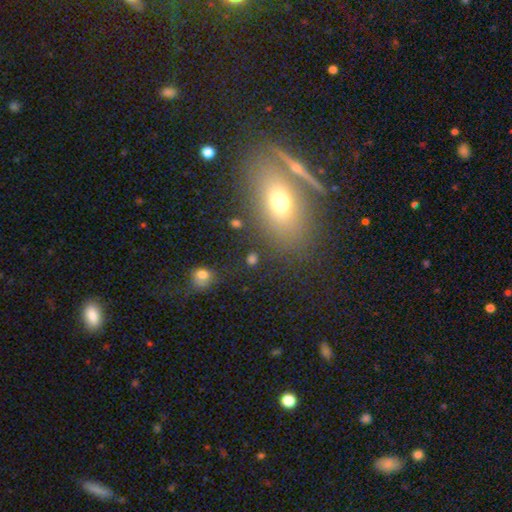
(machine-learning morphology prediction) smooth_or_featured: smooth (p=0.57) [alt: featured or disk p=0.25]
how_rounded: in between (p=0.72) [alt: round p=0.21]
merging: none (p=0.68) [alt: minor disturbance p=0.14]